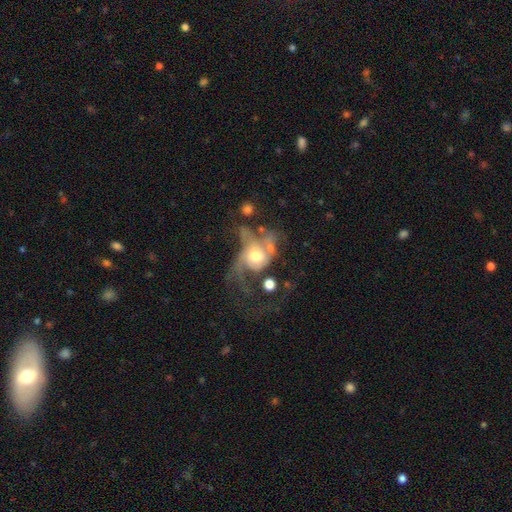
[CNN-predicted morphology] smooth-or-featured: featured or disk: 61% | smooth: 30% | star or artifact: 9%
  disk-edge-on: no: 96% | yes: 4%
    bar: no: 77% | weak: 19% | strong: 4%
    has-spiral-arms: yes: 59% | no: 41%
    bulge-size: moderate: 52% | large: 34% | small: 7% | dominant: 4% | none: 3%
  merging: major disturbance: 49% | merger: 25% | none: 15% | minor disturbance: 11%